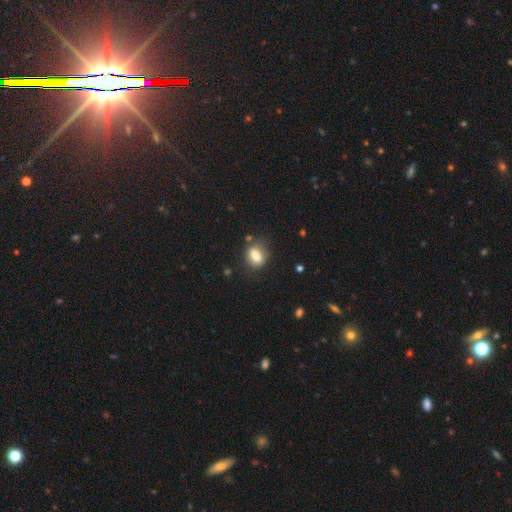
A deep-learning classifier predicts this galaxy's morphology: A smooth galaxy with no disk features (78%) that is in between round and cigar-shaped (72%). Merging: none (72%).